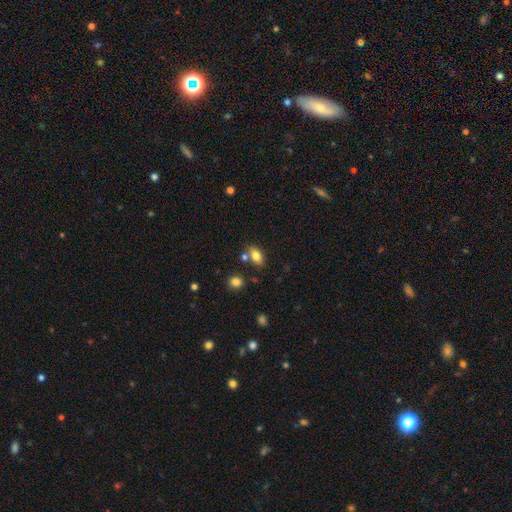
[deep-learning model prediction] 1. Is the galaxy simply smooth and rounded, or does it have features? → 81% smooth, 10% featured or disk, 9% star or artifact.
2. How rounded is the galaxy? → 86% in between, 11% round, 3% cigar-shaped.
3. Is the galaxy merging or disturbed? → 67% none, 16% merger, 13% minor disturbance, 3% major disturbance.